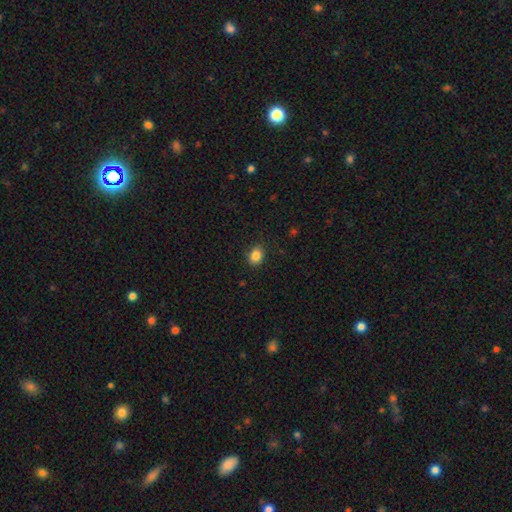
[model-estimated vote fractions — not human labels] Smooth or featured? smooth (85%)
How rounded? in between (57%)
Merging? none (88%)